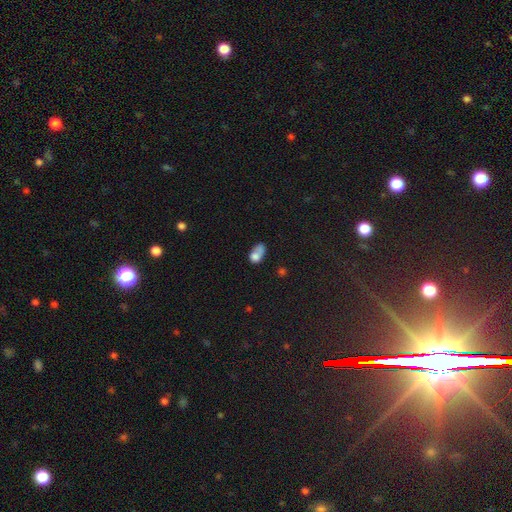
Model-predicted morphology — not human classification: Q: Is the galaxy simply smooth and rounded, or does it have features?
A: smooth — 71%.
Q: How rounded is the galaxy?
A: in between — 73%.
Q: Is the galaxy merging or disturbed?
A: merger — 38%.